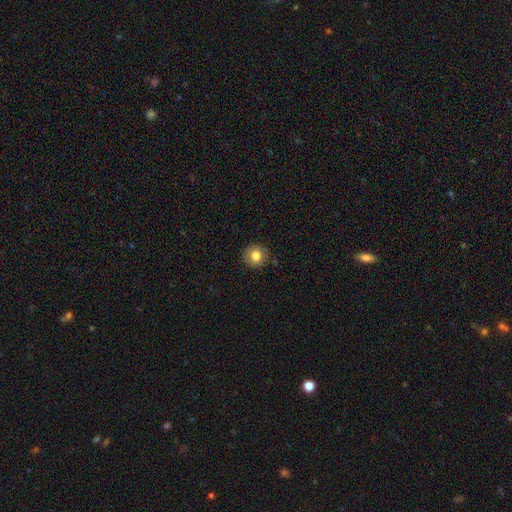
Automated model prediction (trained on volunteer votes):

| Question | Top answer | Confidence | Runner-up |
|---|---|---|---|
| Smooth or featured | smooth | 79% | featured or disk (11%) |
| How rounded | round | 90% | in between (9%) |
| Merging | none | 86% | minor disturbance (10%) |